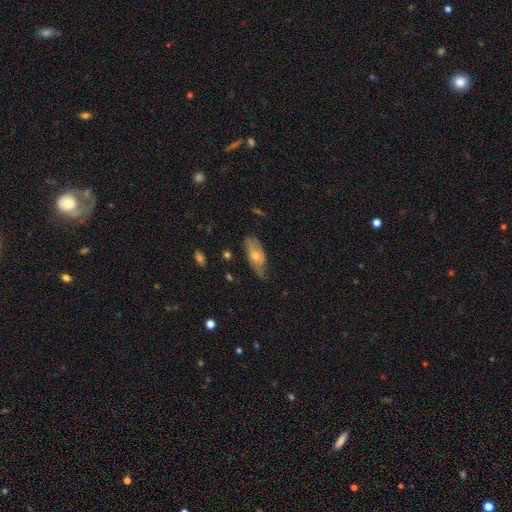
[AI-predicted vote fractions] Smooth or featured? featured or disk (50%)
Merging? none (58%)